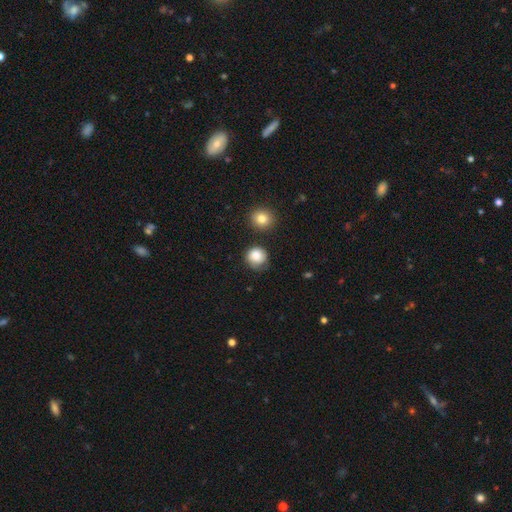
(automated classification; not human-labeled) Morphology: type=smooth (82%); roundness=round (87%); merging=none (66%).